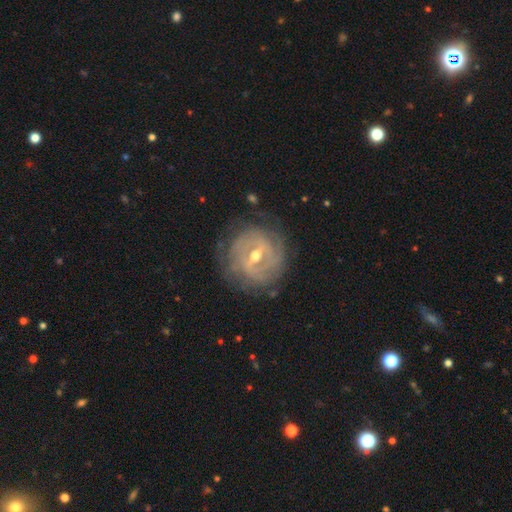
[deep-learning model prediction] Smooth or featured: featured or disk — 86% (smooth — 9%)
Edge-on disk: no — 95% (yes — 5%)
Bar: weak — 45% (strong — 44%)
Spiral arms: yes — 89% (no — 11%)
Spiral winding: tight — 73% (medium — 20%)
Spiral arm count: can't tell — 42% (2 — 21%)
Bulge size: moderate — 59% (small — 37%)
Merging: none — 78% (minor disturbance — 14%)